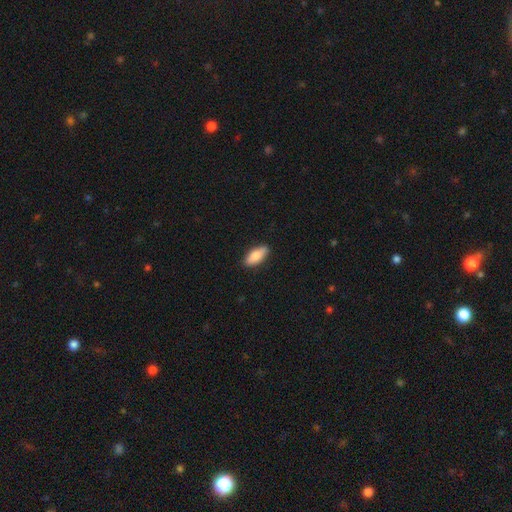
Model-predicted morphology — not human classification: A smooth galaxy with no disk features (82%) that is in between round and cigar-shaped (79%). Merging: none (87%).